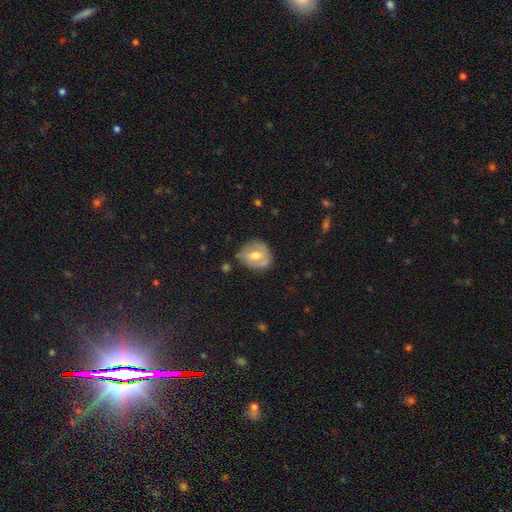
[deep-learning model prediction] Morphology: type=smooth (52%); roundness=round (64%); merging=none (61%).